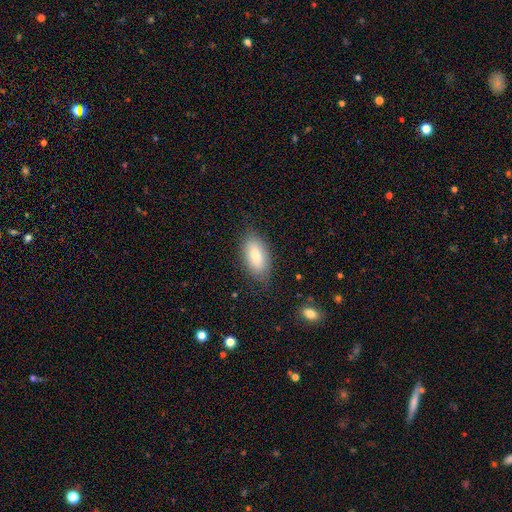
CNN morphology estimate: Overall: smooth (75%). How rounded: in between (91%). Merging: none (79%).